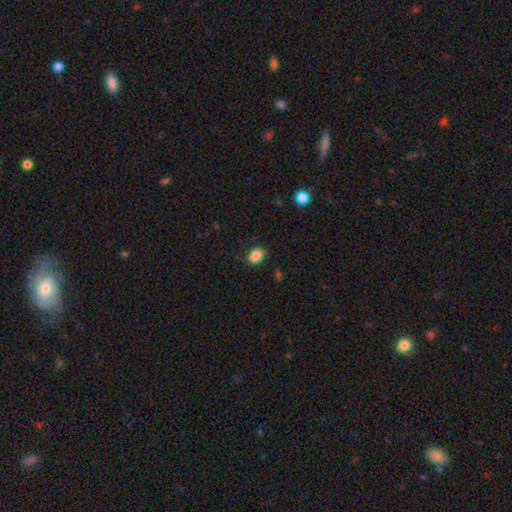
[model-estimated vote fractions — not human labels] A smooth galaxy with no disk features (86%) that is in between round and cigar-shaped (61%).

Vote fractions:
- Smooth or featured? smooth: 86% / star or artifact: 9% / featured or disk: 4%
- How rounded? in between: 61% / round: 38% / cigar-shaped: 1%
- Merging? none: 83% / minor disturbance: 13% / major disturbance: 3% / merger: 1%